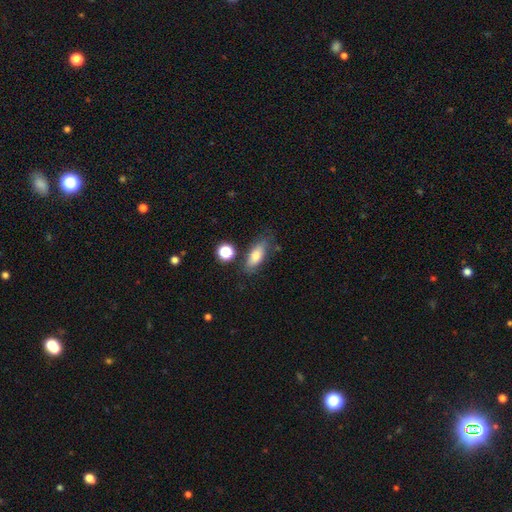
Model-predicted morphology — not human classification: Q: Smooth or featured?
A: smooth (74%); runner-up: featured or disk (18%)
Q: How rounded?
A: in between (74%); runner-up: cigar-shaped (22%)
Q: Merging?
A: none (70%); runner-up: minor disturbance (18%)